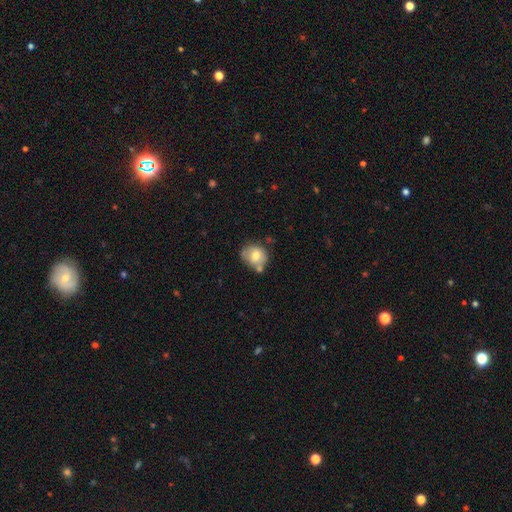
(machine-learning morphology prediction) This appears to be a smooth galaxy with no disk features (69%) that is round (68%). Merging: none (54%).